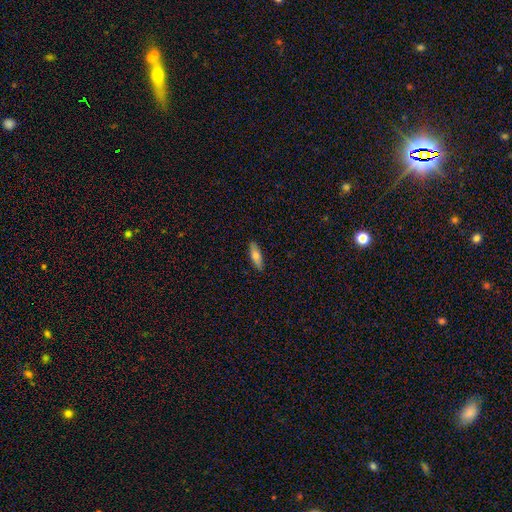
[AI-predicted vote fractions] Smooth or featured? Predicted: smooth (p=0.66). How rounded? Predicted: cigar-shaped (p=0.53). Merging? Predicted: none (p=0.89).